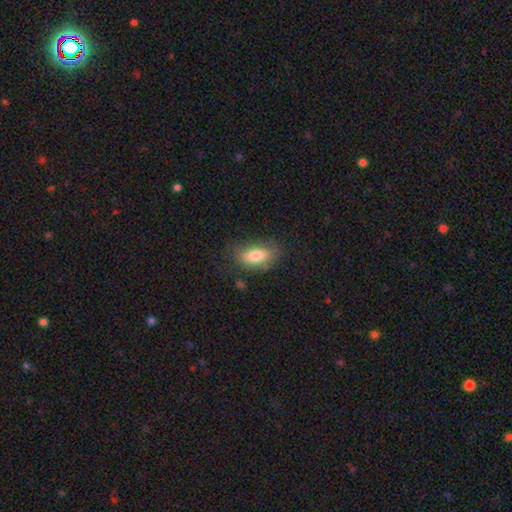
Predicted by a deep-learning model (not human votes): smooth_or_featured: smooth (p=0.77) [alt: featured or disk p=0.15]
how_rounded: in between (p=0.87) [alt: cigar-shaped p=0.07]
merging: none (p=0.72) [alt: minor disturbance p=0.19]